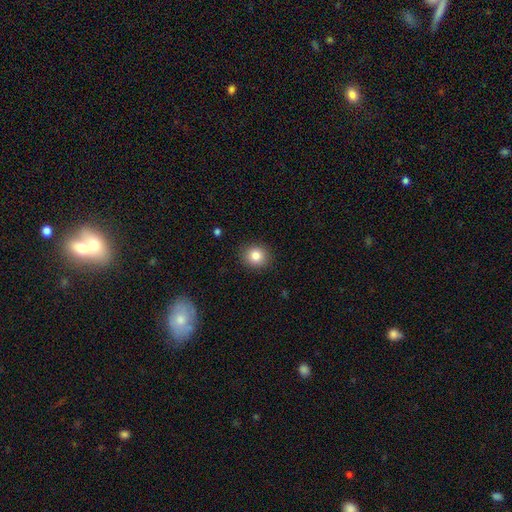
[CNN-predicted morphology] smooth-or-featured: smooth: 83% | star or artifact: 10% | featured or disk: 7%
  how-rounded: round: 78% | in between: 21% | cigar-shaped: 1%
  merging: none: 89% | minor disturbance: 8% | major disturbance: 2% | merger: 1%